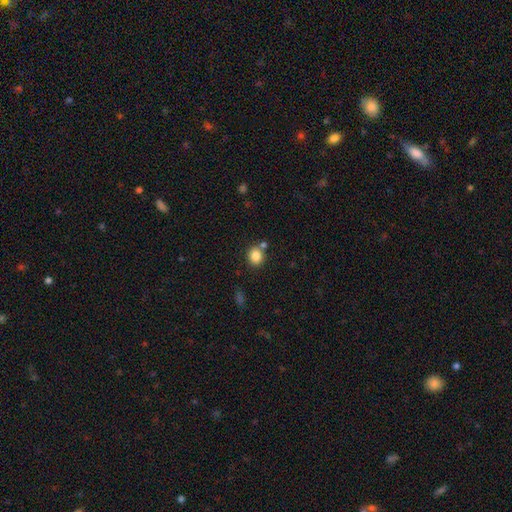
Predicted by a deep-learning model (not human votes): Smooth or featured? Predicted: smooth (p=0.84). How rounded? Predicted: round (p=0.76). Merging? Predicted: none (p=0.73).